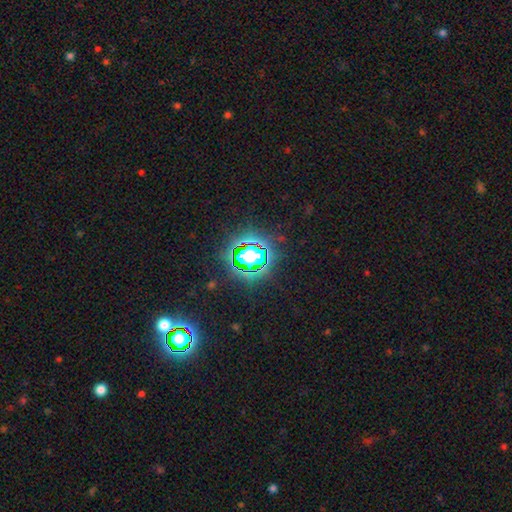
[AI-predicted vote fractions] Smooth or featured? star or artifact (81%)